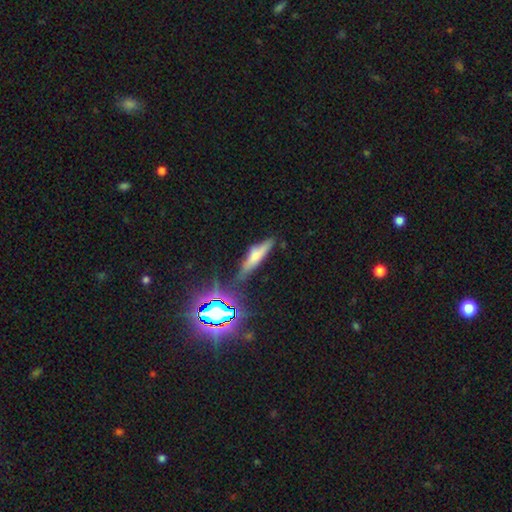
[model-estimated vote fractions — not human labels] smooth_or_featured: smooth (p=0.56) [alt: featured or disk p=0.29]
how_rounded: cigar-shaped (p=0.74) [alt: in between p=0.23]
merging: none (p=0.65) [alt: minor disturbance p=0.22]